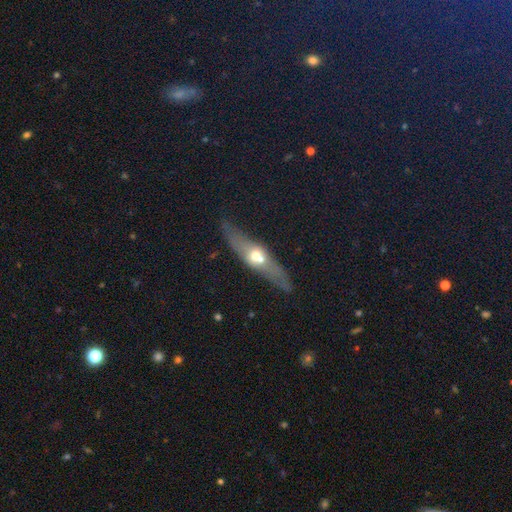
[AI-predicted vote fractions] Morphology: type=featured or disk (54%); edge-on=yes (64%); merging=none (62%).